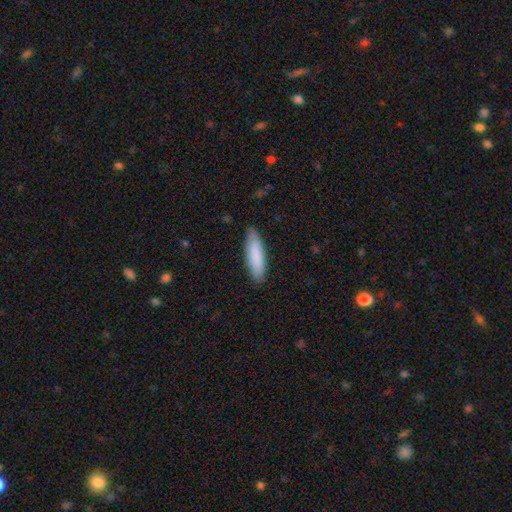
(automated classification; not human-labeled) smooth 85%, featured or disk 10%, star or artifact 5%. Down the decision tree: how rounded — cigar-shaped (66%); merging — none (84%).